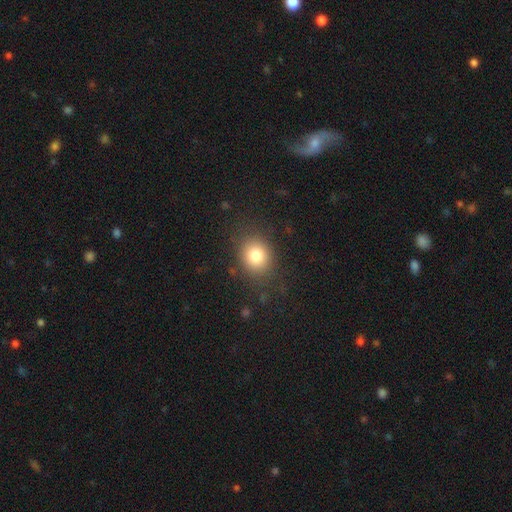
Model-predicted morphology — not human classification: smooth 80%, star or artifact 11%, featured or disk 9%. Down the decision tree: how rounded — round (64%); merging — none (83%).